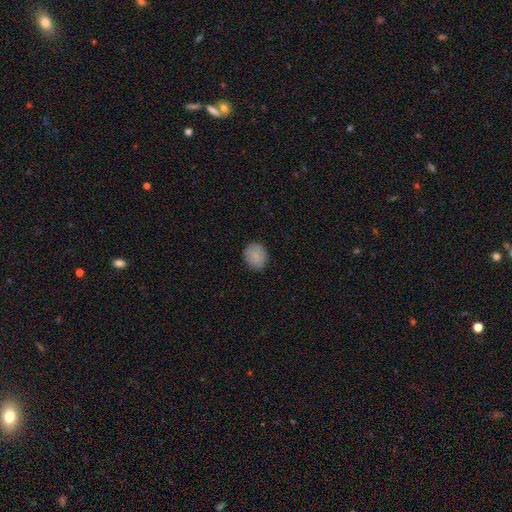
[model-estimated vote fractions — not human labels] Morphology: type=smooth (87%); roundness=round (67%); merging=none (87%).